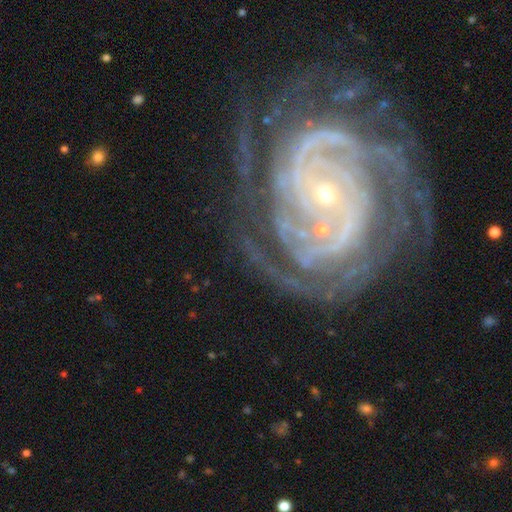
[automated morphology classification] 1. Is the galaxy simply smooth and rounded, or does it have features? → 91% featured or disk, 6% star or artifact, 3% smooth.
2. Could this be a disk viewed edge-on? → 97% no, 3% yes.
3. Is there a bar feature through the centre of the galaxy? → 61% no, 23% weak, 16% strong.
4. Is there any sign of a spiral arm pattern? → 98% yes, 2% no.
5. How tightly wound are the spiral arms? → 74% tight, 22% medium, 4% loose.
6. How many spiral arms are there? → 23% 2, 20% 3, 18% can't tell, 18% 4, 12% more than 4, 8% 1.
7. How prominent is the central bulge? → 82% small, 14% moderate, 1% large, 1% none, 1% dominant.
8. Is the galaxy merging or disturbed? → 67% none, 18% minor disturbance, 12% major disturbance, 3% merger.